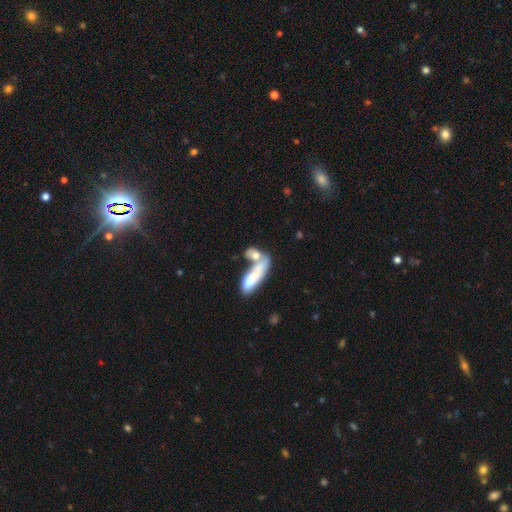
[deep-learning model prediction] Morphology: type=smooth (69%); roundness=in between (64%); merging=merger (59%).